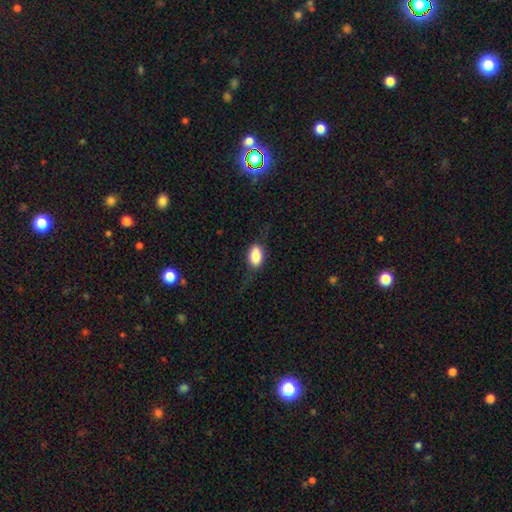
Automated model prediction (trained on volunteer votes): Smooth or featured: smooth — 82% (featured or disk — 11%)
How rounded: in between — 89% (round — 9%)
Merging: none — 70% (minor disturbance — 18%)